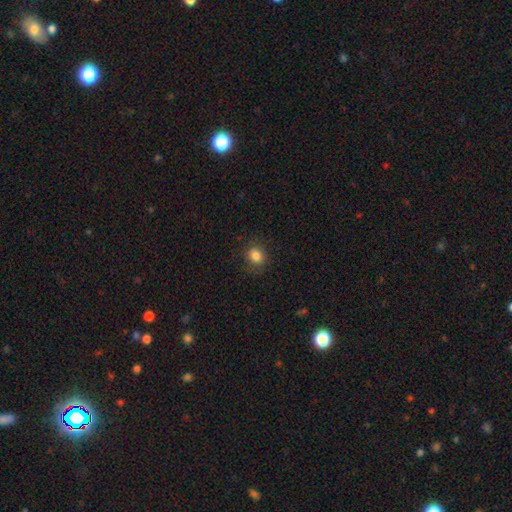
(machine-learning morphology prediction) Smooth or featured?
  - smooth: 84% *
  - star or artifact: 11%
  - featured or disk: 5%
How rounded?
  - round: 67% *
  - in between: 32%
  - cigar-shaped: 1%
Merging?
  - none: 84% *
  - minor disturbance: 12%
  - major disturbance: 4%
  - merger: 1%